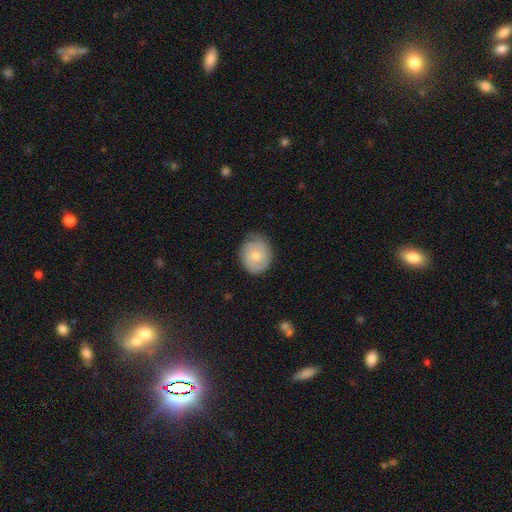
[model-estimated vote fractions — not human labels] smooth-or-featured: featured or disk: 51% | smooth: 43% | star or artifact: 6%
  disk-edge-on: no: 97% | yes: 3%
  merging: none: 65% | minor disturbance: 28% | major disturbance: 7% | merger: 1%